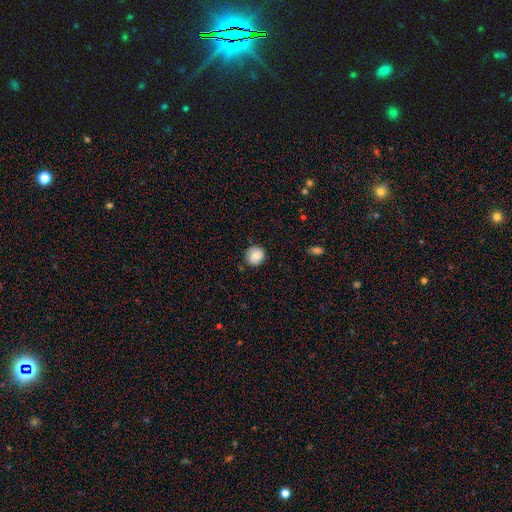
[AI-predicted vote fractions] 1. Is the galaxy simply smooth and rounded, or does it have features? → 86% smooth, 8% star or artifact, 6% featured or disk.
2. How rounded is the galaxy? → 87% round, 12% in between, 1% cigar-shaped.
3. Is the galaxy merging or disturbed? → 85% none, 12% minor disturbance, 2% major disturbance, 1% merger.